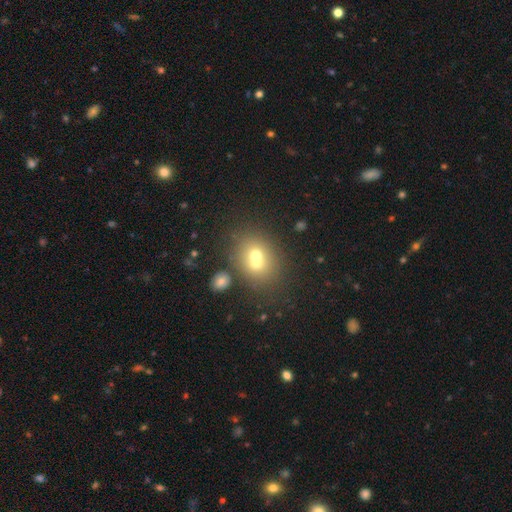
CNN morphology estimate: Smooth or featured? smooth (60%)
How rounded? round (65%)
Merging? merger (52%)